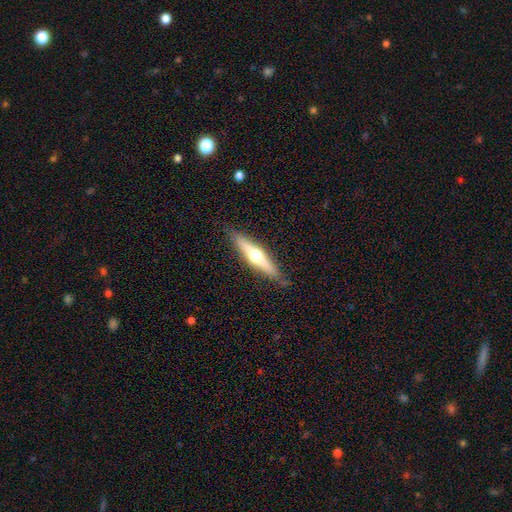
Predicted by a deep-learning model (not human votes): Morphology: type=featured or disk (60%); edge-on=yes (95%); edge-on bulge=rounded (93%); merging=none (87%).